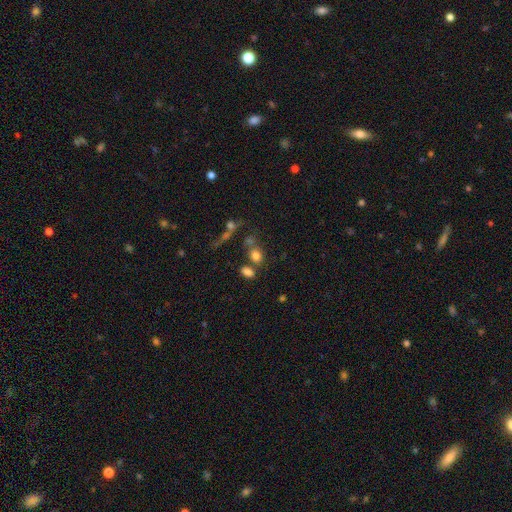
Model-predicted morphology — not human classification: type=smooth (77%); roundness=in between (61%); merging=none (52%).